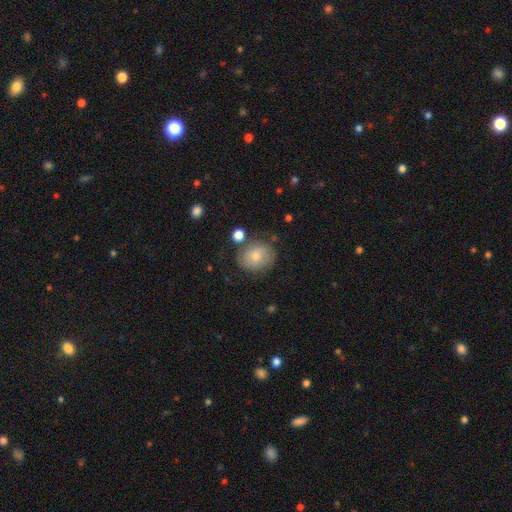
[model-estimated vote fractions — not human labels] Smooth or featured: smooth — 62% (featured or disk — 27%)
How rounded: round — 67% (in between — 32%)
Merging: none — 74% (minor disturbance — 16%)